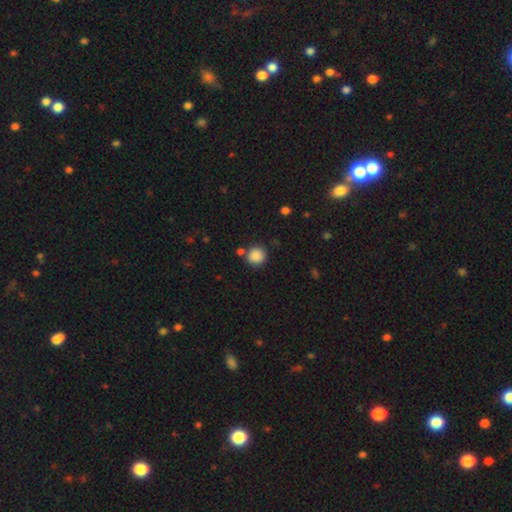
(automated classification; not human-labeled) A smooth galaxy with no disk features (87%) that is round (92%).

Vote fractions:
- Smooth or featured? smooth: 87% / star or artifact: 9% / featured or disk: 4%
- How rounded? round: 92% / in between: 7% / cigar-shaped: 1%
- Merging? none: 76% / merger: 11% / minor disturbance: 10% / major disturbance: 3%